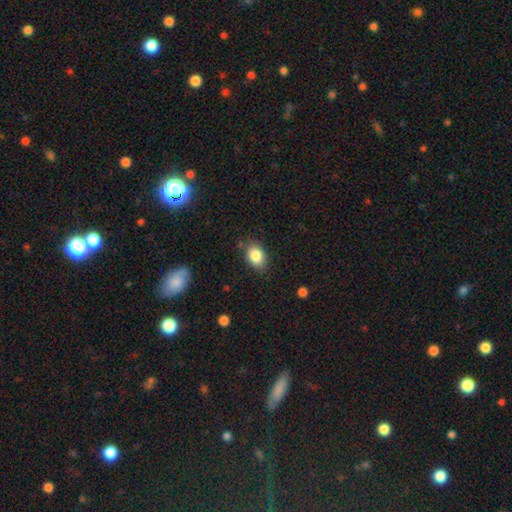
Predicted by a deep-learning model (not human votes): The model was most divided on "how rounded": in between: 77%, round: 22%, cigar-shaped: 1%. More confident: smooth or featured — smooth (85%); merging — none (81%).